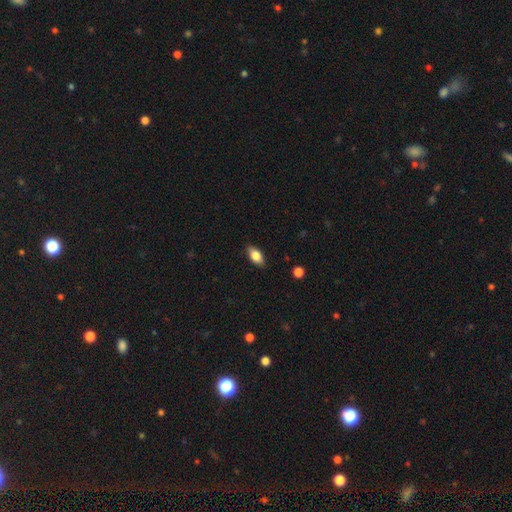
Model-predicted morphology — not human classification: smooth_or_featured: smooth (p=0.81) [alt: featured or disk p=0.12]
how_rounded: in between (p=0.89) [alt: cigar-shaped p=0.06]
merging: none (p=0.87) [alt: minor disturbance p=0.10]